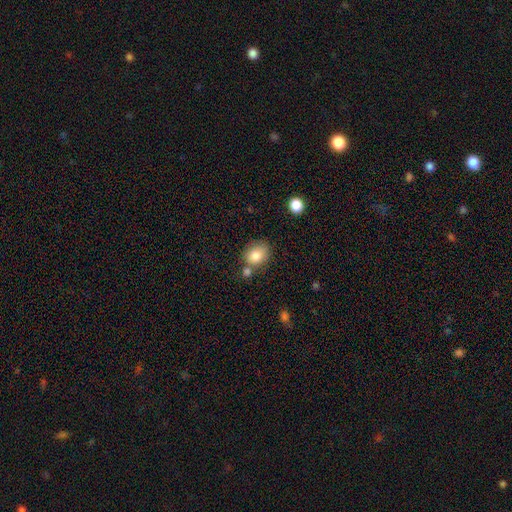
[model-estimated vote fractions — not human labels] Morphology: type=smooth (81%); roundness=round (52%); merging=none (60%).